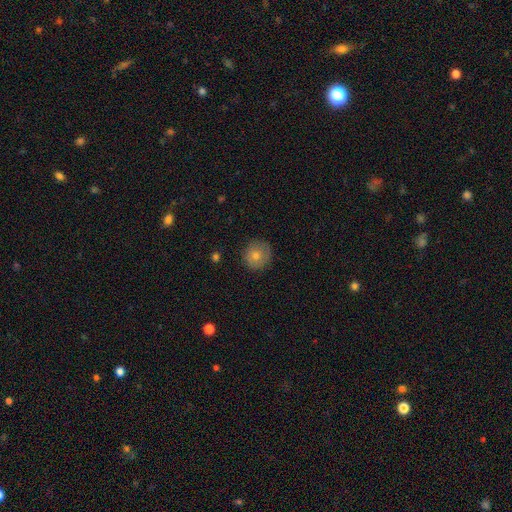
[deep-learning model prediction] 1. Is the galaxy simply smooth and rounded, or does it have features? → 69% smooth, 20% featured or disk, 10% star or artifact.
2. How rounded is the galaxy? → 93% round, 6% in between, 1% cigar-shaped.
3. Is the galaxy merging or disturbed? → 85% none, 11% minor disturbance, 2% major disturbance, 1% merger.